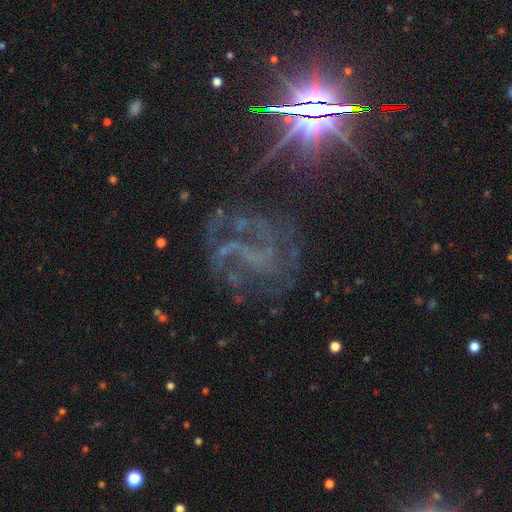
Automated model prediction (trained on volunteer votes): A featured or disk galaxy (60%) with no bar (49%), spiral arms (80%) and no central bulge (71%).

Vote fractions:
- Smooth or featured? featured or disk: 60% / star or artifact: 31% / smooth: 9%
- Edge-on disk? no: 96% / yes: 4%
- Bar? no: 49% / weak: 29% / strong: 22%
- Spiral arms? yes: 80% / no: 20%
- Bulge size? none: 71% / small: 18% / moderate: 7% / large: 2% / dominant: 1%
- Merging? none: 54% / major disturbance: 27% / minor disturbance: 17% / merger: 3%